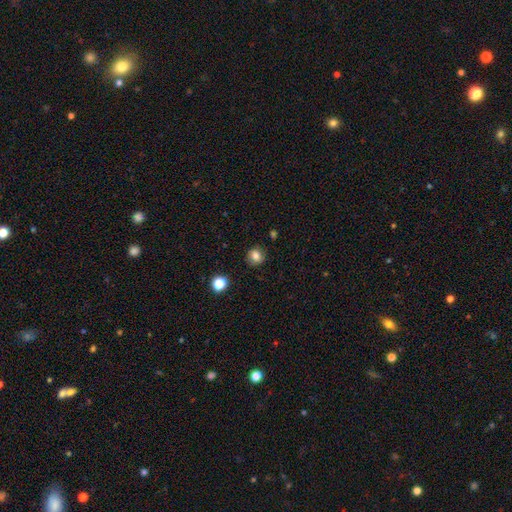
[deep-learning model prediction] Smooth or featured?
  - smooth: 80% *
  - star or artifact: 12%
  - featured or disk: 8%
How rounded?
  - round: 87% *
  - in between: 12%
  - cigar-shaped: 1%
Merging?
  - none: 86% *
  - minor disturbance: 10%
  - major disturbance: 3%
  - merger: 2%